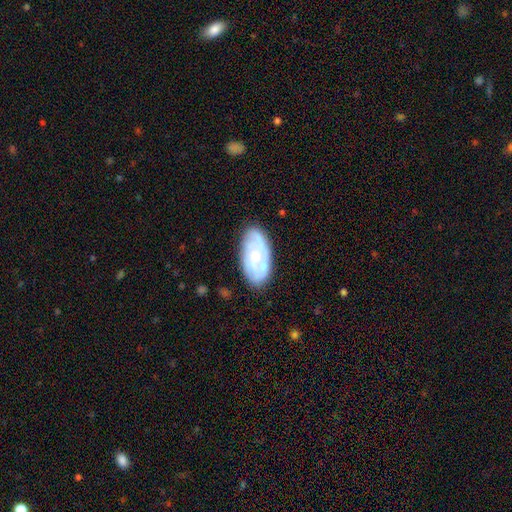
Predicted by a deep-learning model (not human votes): smooth-or-featured: featured or disk: 61% | smooth: 33% | star or artifact: 6%
  disk-edge-on: no: 94% | yes: 6%
    bar: no: 76% | weak: 20% | strong: 4%
    has-spiral-arms: yes: 73% | no: 27%
    bulge-size: small: 59% | moderate: 33% | none: 5% | large: 2% | dominant: 1%
  merging: none: 77% | minor disturbance: 17% | major disturbance: 4% | merger: 2%